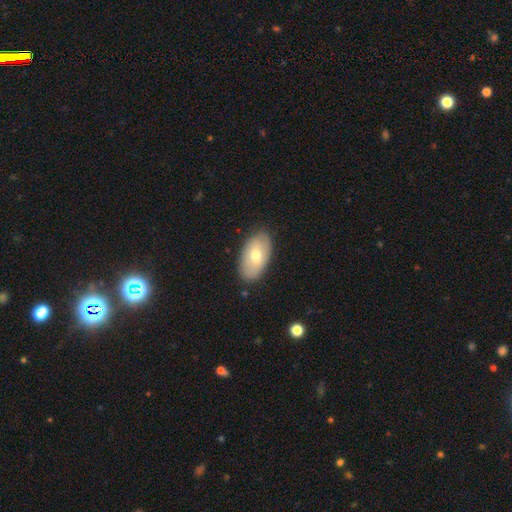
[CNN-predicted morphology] Smooth or featured? smooth (68%)
How rounded? in between (94%)
Merging? none (85%)